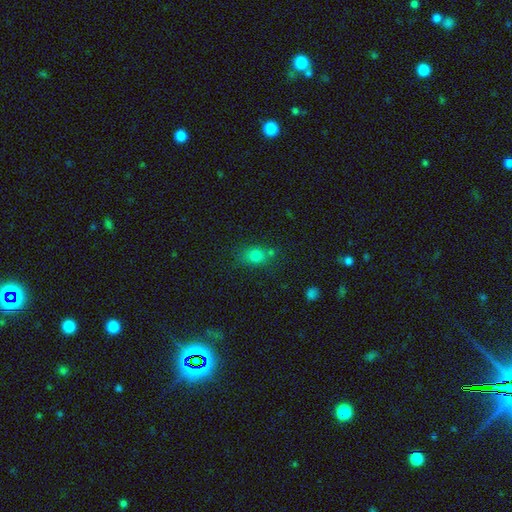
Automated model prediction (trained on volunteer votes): A smooth galaxy with no disk features (78%) that is in between round and cigar-shaped (50%). Merging: none (60%).